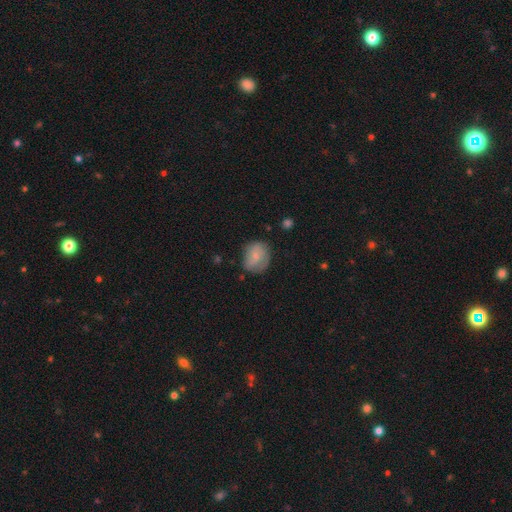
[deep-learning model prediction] A smooth galaxy with no disk features (71%) that is round (63%).

Vote fractions:
- Smooth or featured? smooth: 71% / featured or disk: 21% / star or artifact: 8%
- How rounded? round: 63% / in between: 36% / cigar-shaped: 1%
- Merging? none: 58% / minor disturbance: 29% / major disturbance: 11% / merger: 2%